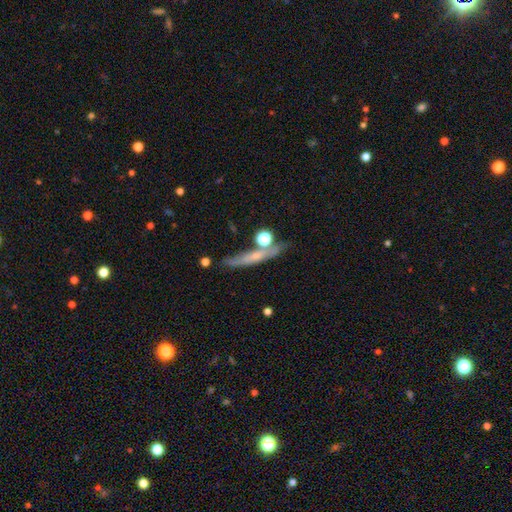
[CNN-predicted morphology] type=featured or disk (47%); merging=none (67%).